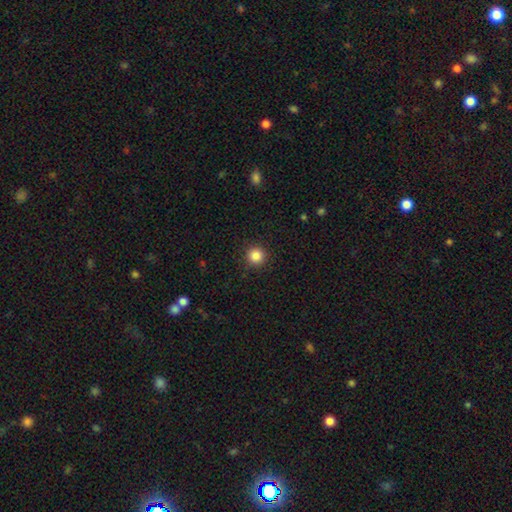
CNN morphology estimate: smooth_or_featured: smooth (p=0.86) [alt: star or artifact p=0.11]
how_rounded: round (p=0.95) [alt: in between p=0.04]
merging: none (p=0.91) [alt: minor disturbance p=0.05]